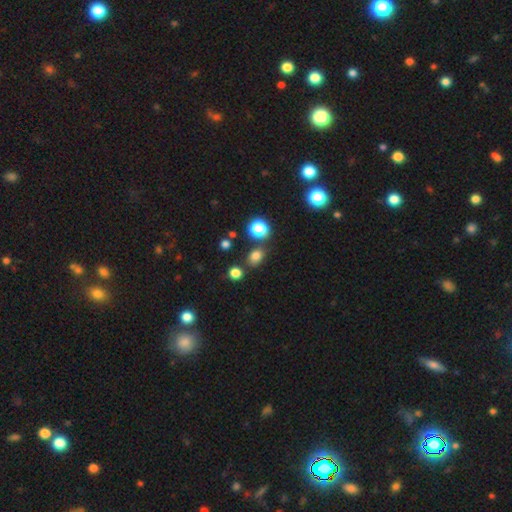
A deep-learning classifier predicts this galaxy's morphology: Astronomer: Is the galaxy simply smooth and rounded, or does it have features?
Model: smooth — 76%.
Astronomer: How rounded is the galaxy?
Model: in between — 58% (runner-up: round, 41%).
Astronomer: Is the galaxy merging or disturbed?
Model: none — 75%.